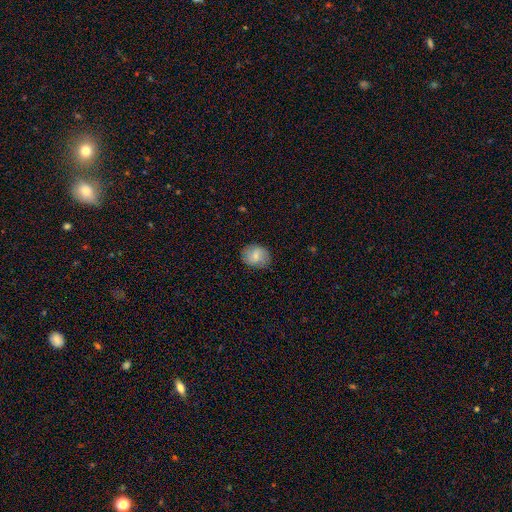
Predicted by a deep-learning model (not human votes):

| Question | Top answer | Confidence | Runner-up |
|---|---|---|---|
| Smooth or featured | smooth | 67% | featured or disk (25%) |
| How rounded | round | 54% | in between (44%) |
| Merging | none | 81% | minor disturbance (15%) |